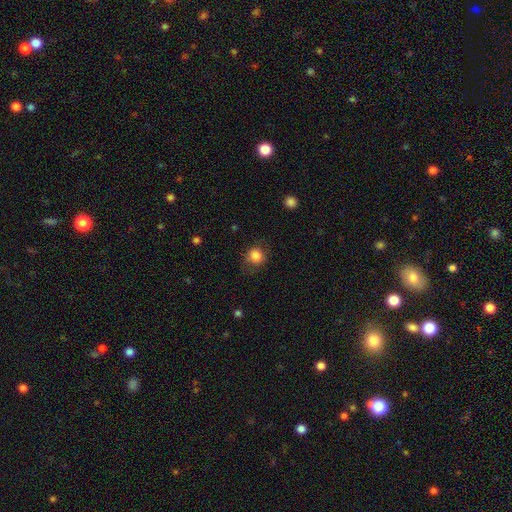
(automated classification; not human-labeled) smooth 83%, star or artifact 10%, featured or disk 8%. Down the decision tree: how rounded — round (79%); merging — none (71%).